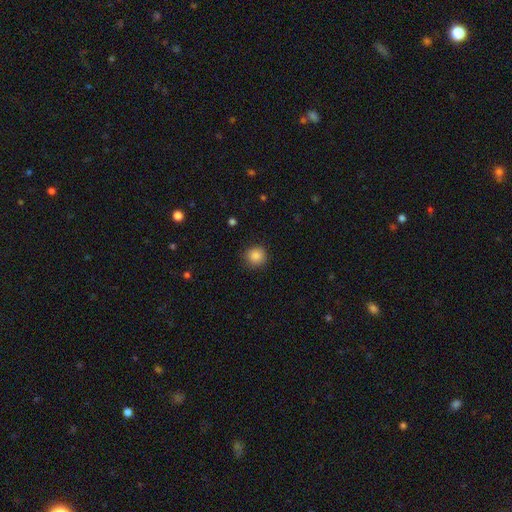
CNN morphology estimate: type=smooth (87%); roundness=round (92%); merging=none (87%).